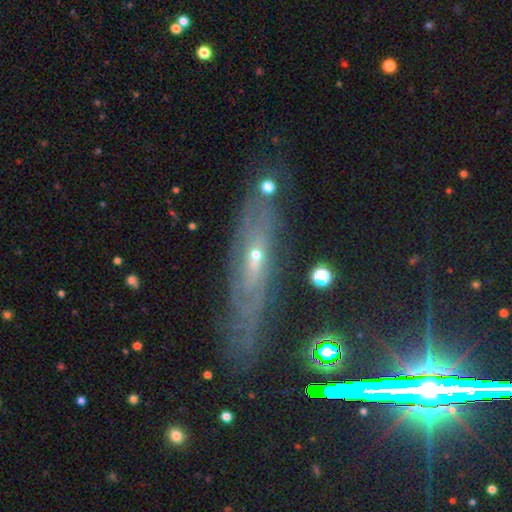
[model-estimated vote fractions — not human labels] Smooth or featured? Predicted: featured or disk (p=0.68). Edge-on disk? Predicted: no (p=0.66). Merging? Predicted: none (p=0.65).